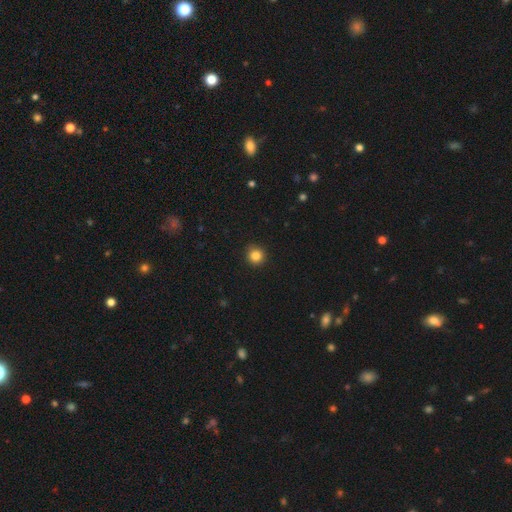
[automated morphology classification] smooth-or-featured: smooth: 85% | star or artifact: 11% | featured or disk: 4%
  how-rounded: round: 94% | in between: 5% | cigar-shaped: 1%
  merging: none: 91% | minor disturbance: 6% | major disturbance: 2% | merger: 1%